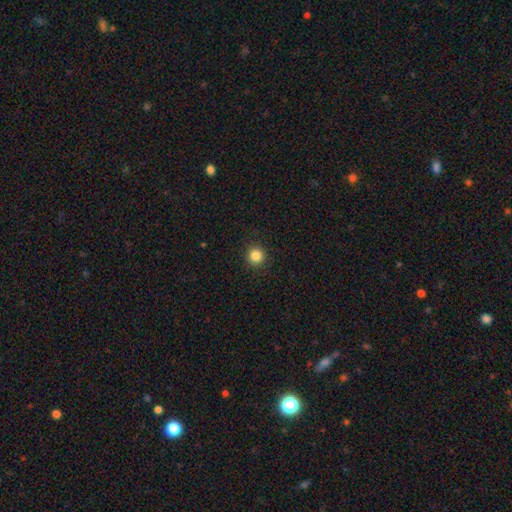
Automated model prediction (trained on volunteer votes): The model was most divided on "smooth or featured": smooth: 85%, star or artifact: 11%, featured or disk: 4%. More confident: how rounded — round (95%); merging — none (92%).